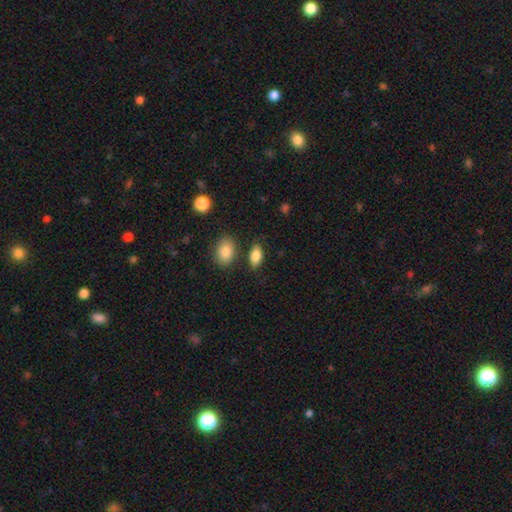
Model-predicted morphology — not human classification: smooth-or-featured: smooth: 83% | featured or disk: 9% | star or artifact: 8%
  how-rounded: in between: 90% | round: 5% | cigar-shaped: 5%
  merging: none: 79% | minor disturbance: 12% | merger: 6% | major disturbance: 3%